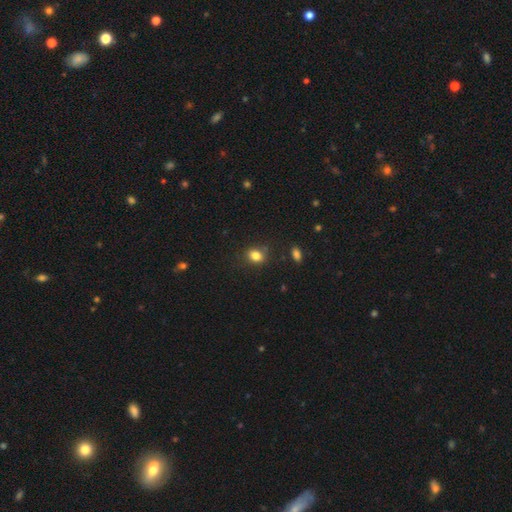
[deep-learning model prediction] smooth-or-featured: smooth: 84% | star or artifact: 11% | featured or disk: 5%
  how-rounded: in between: 57% | round: 41% | cigar-shaped: 1%
  merging: none: 78% | minor disturbance: 15% | major disturbance: 4% | merger: 3%